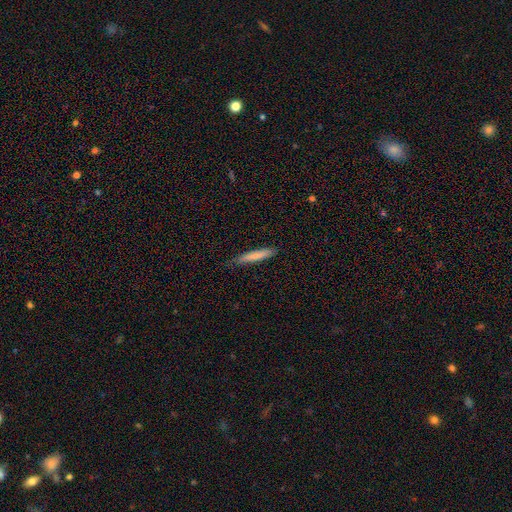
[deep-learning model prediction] Smooth or featured: smooth — 75% (featured or disk — 19%)
How rounded: cigar-shaped — 92% (in between — 7%)
Merging: none — 78% (minor disturbance — 18%)